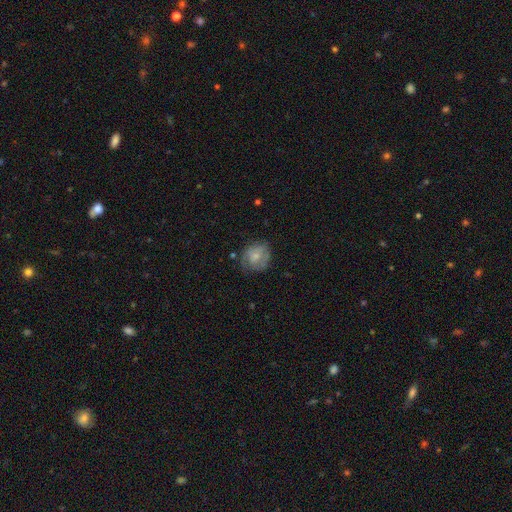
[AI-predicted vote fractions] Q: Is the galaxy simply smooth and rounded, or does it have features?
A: smooth — 53%.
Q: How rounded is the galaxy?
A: round — 70%.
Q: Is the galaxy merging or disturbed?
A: none — 59%.